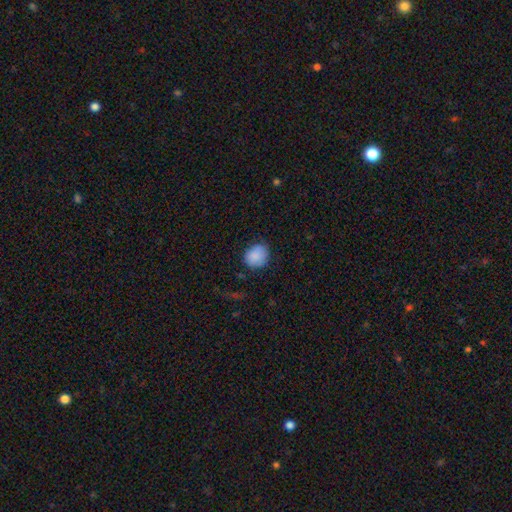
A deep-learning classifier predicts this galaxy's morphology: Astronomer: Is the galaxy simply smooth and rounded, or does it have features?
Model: smooth — 87%.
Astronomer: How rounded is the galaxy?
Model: round — 70%.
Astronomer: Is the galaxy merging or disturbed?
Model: none — 71%.